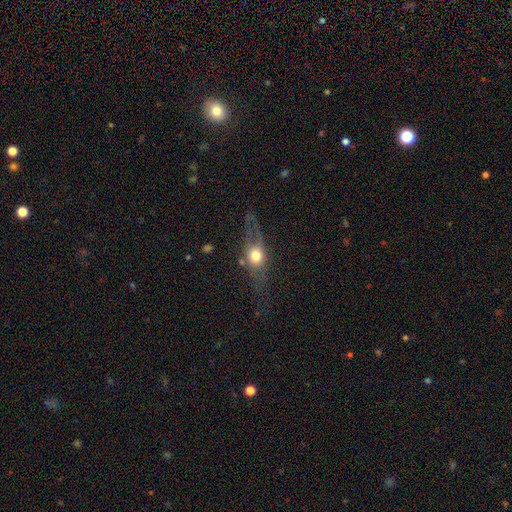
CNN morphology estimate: type=featured or disk (46%); merging=none (56%).